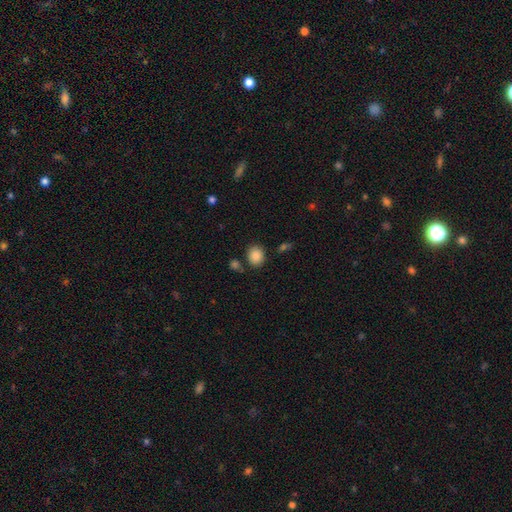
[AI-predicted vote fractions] Smooth or featured? smooth (87%)
How rounded? round (65%)
Merging? none (79%)